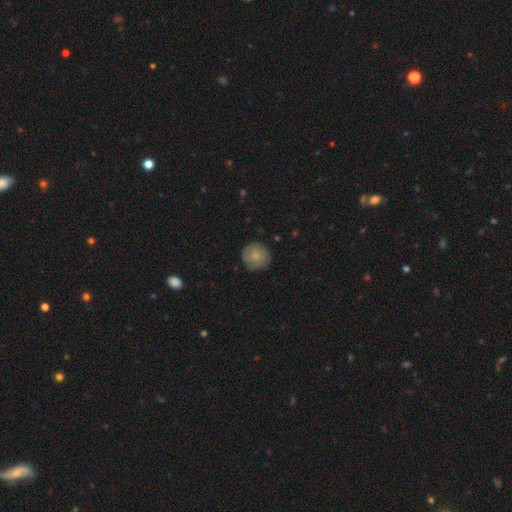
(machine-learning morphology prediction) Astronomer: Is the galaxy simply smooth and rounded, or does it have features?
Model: smooth — 78%.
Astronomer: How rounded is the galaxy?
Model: round — 93%.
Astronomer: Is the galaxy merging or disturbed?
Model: none — 83%.